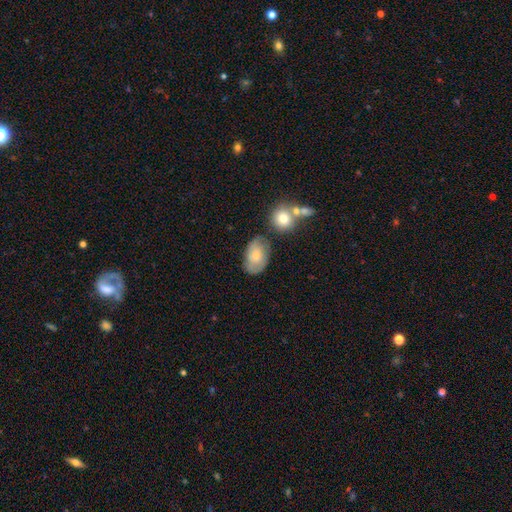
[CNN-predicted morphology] type=smooth (58%); roundness=in between (84%); merging=none (62%).